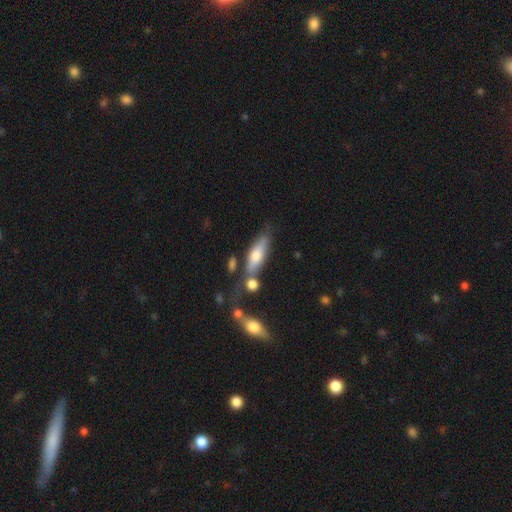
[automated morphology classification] type=smooth (63%); roundness=in between (57%); merging=none (55%).